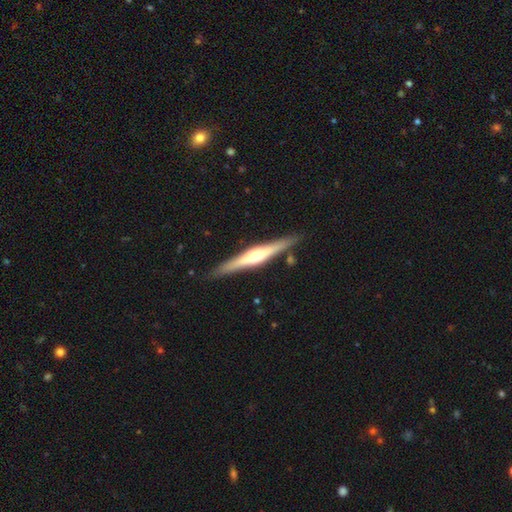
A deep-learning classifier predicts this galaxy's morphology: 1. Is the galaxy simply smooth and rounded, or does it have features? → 70% featured or disk, 25% smooth, 5% star or artifact.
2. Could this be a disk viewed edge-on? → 97% yes, 3% no.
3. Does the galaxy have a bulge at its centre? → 79% rounded, 13% boxy, 7% none.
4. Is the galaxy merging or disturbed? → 87% none, 9% minor disturbance, 2% merger, 2% major disturbance.